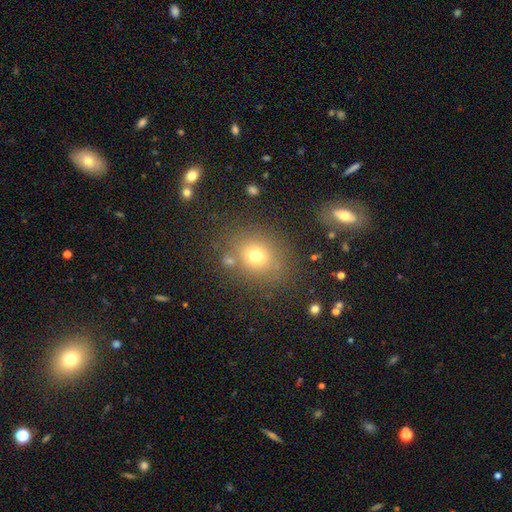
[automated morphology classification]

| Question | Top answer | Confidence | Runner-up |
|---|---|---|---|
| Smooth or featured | smooth | 70% | star or artifact (18%) |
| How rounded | round | 68% | in between (31%) |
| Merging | none | 77% | minor disturbance (11%) |